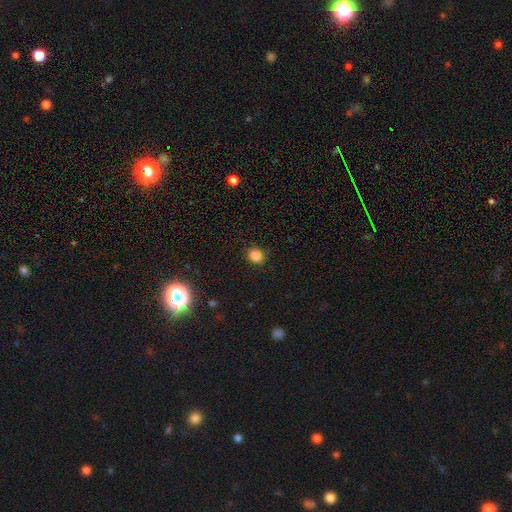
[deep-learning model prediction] Q: Smooth or featured?
A: smooth (84%); runner-up: star or artifact (12%)
Q: How rounded?
A: round (74%); runner-up: in between (25%)
Q: Merging?
A: none (89%); runner-up: minor disturbance (8%)